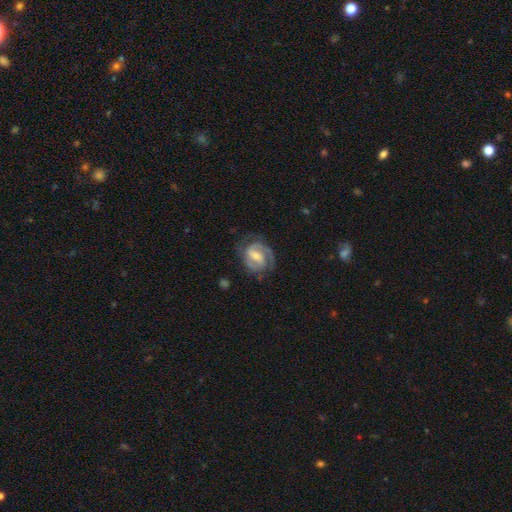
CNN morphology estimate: type=featured or disk (85%); edge-on=no (98%); bar=weak (51%); spiral arms=yes (96%); winding=medium (46%); arm count=2 (80%); bulge=small (44%, tied with moderate); merging=none (70%).